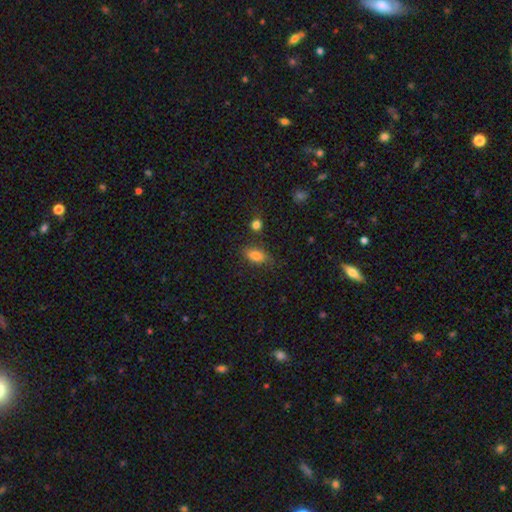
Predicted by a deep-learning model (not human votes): Overall: smooth (82%). How rounded: in between (85%). Merging: none (73%).